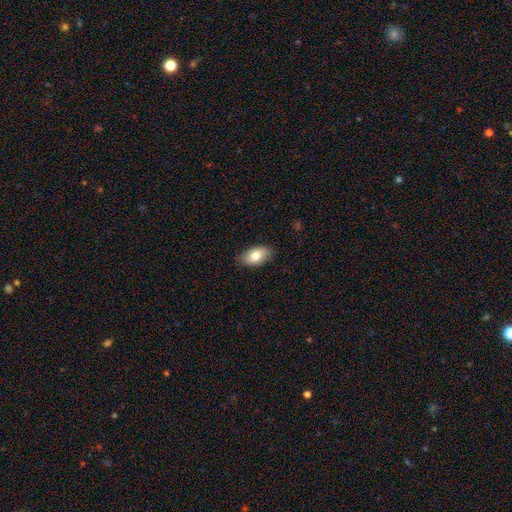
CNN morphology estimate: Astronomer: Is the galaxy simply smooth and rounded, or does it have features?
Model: smooth — 79%.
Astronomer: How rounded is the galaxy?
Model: in between — 93%.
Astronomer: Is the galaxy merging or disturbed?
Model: none — 85%.